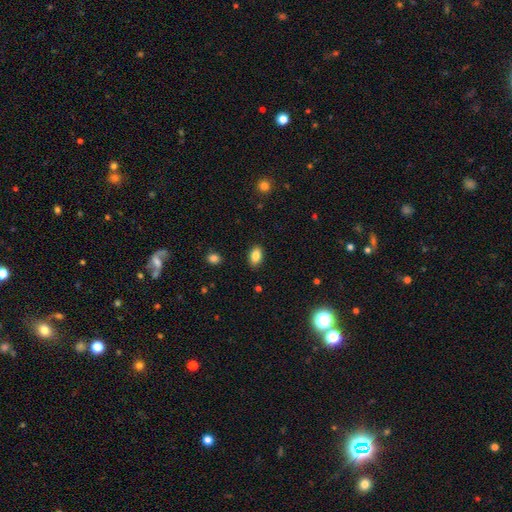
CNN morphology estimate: A smooth galaxy with no disk features (85%) that is in between round and cigar-shaped (89%). Merging: none (88%).